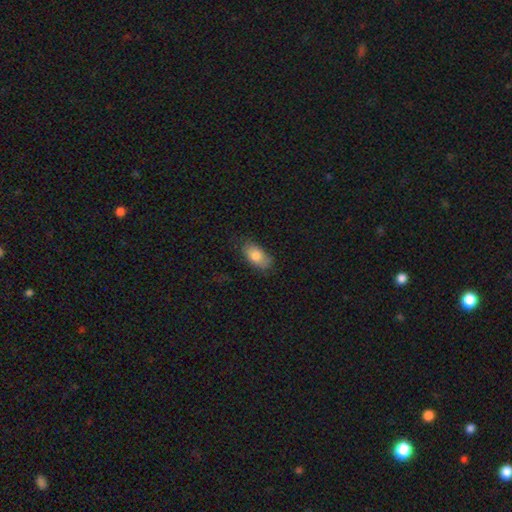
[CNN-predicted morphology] smooth 80%, featured or disk 13%, star or artifact 7%. Down the decision tree: how rounded — in between (92%); merging — none (74%).